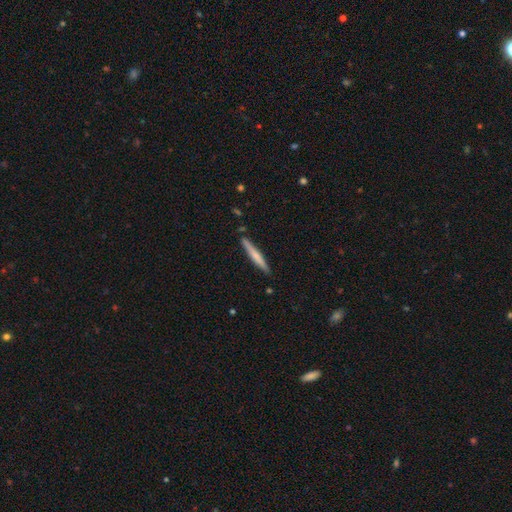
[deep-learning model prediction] smooth 59%, featured or disk 36%, star or artifact 5%. Down the decision tree: how rounded — cigar-shaped (95%); merging — none (87%).